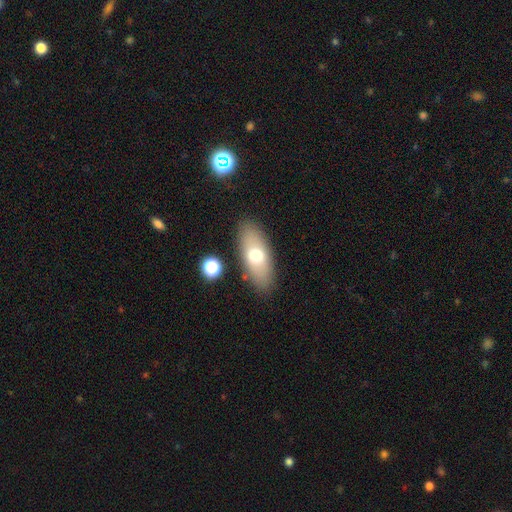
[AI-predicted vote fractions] This appears to be a smooth galaxy with no disk features (66%) that is in between round and cigar-shaped (82%). Merging: none (85%).